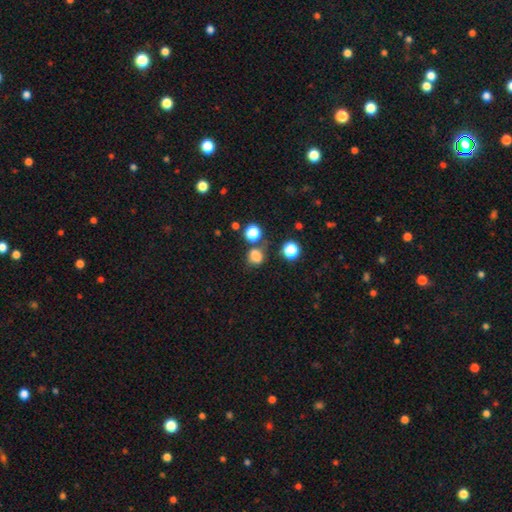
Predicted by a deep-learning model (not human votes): Overall: smooth (77%). How rounded: round (58%; in between 41%). Merging: none (59%).